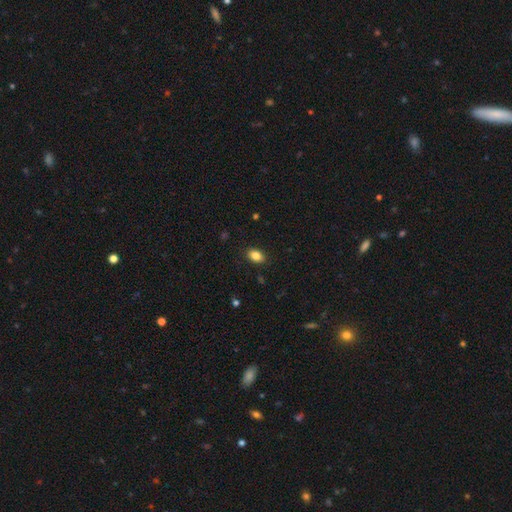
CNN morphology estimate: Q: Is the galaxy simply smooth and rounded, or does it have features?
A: smooth — 85%.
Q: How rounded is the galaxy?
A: in between — 84%.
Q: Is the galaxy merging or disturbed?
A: none — 88%.